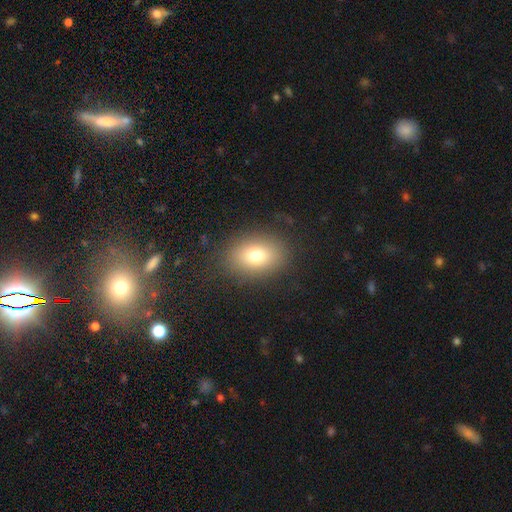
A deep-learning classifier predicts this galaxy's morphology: smooth_or_featured: smooth (p=0.77) [alt: featured or disk p=0.12]
how_rounded: in between (p=0.73) [alt: round p=0.25]
merging: none (p=0.84) [alt: minor disturbance p=0.10]